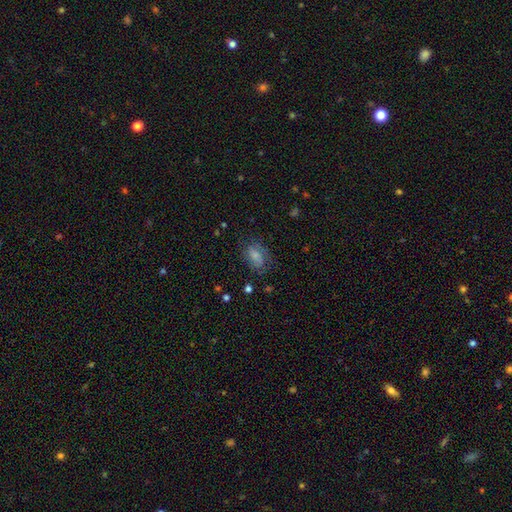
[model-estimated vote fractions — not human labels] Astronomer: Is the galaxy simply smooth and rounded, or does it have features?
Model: smooth — 56% (runner-up: featured or disk, 34%).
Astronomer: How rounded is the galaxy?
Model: in between — 84%.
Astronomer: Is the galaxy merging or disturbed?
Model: none — 60%.